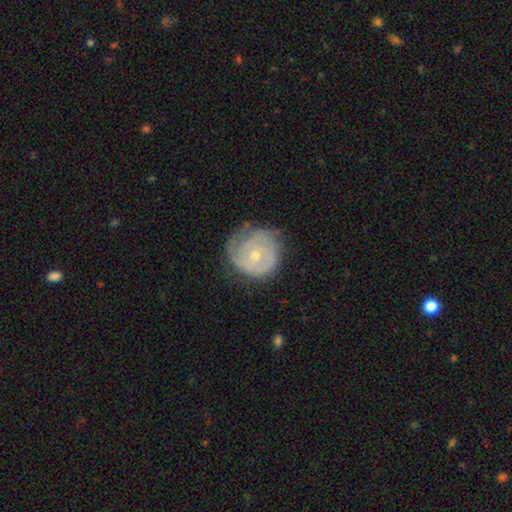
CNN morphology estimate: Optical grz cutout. It shows a featured or disk galaxy (62%) with no bar (83%), spiral arms (73%) and a small central bulge (55%). Merging: none (58%).